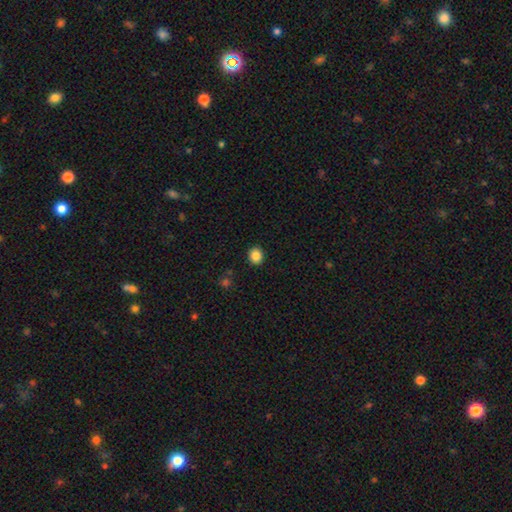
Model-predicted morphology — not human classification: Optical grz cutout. It shows a smooth galaxy with no disk features (86%) that is round (70%). Merging: none (91%).